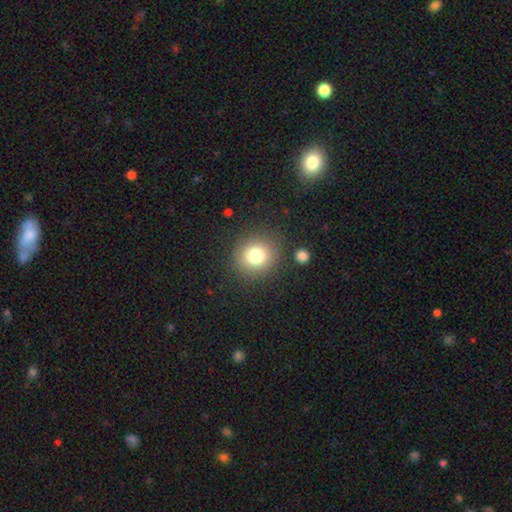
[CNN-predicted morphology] smooth 79%, star or artifact 12%, featured or disk 9%. Down the decision tree: how rounded — round (87%); merging — none (86%).